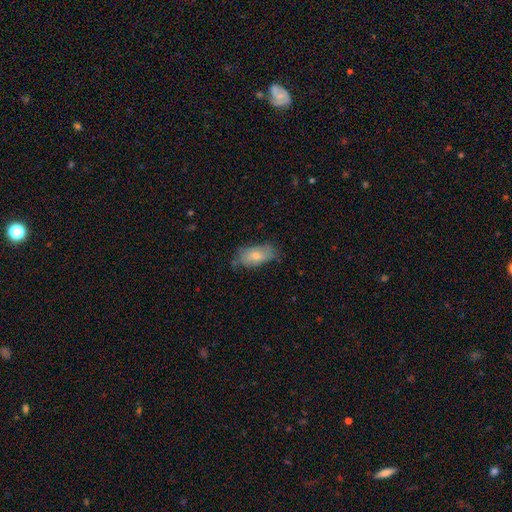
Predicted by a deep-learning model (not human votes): This appears to be a smooth galaxy with no disk features (72%) that is in between round and cigar-shaped (91%). Merging: none (63%).